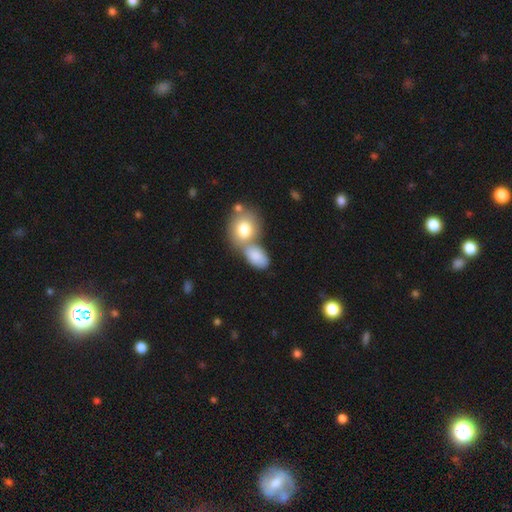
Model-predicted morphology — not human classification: smooth-or-featured: smooth: 81% | featured or disk: 11% | star or artifact: 8%
  how-rounded: in between: 83% | round: 14% | cigar-shaped: 2%
  merging: merger: 48% | none: 34% | minor disturbance: 13% | major disturbance: 6%